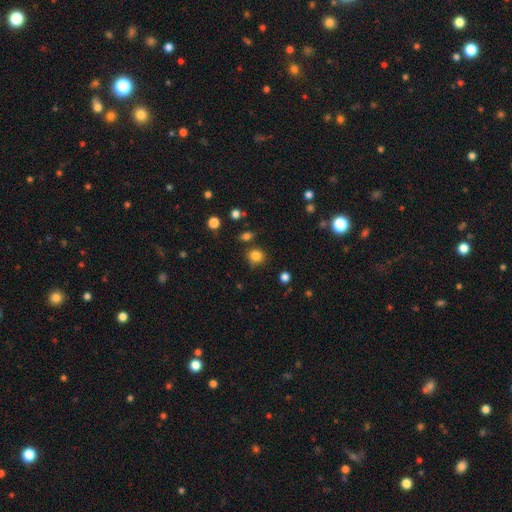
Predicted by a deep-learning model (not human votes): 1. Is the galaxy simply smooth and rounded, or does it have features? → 83% smooth, 12% star or artifact, 5% featured or disk.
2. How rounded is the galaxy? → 84% round, 15% in between, 1% cigar-shaped.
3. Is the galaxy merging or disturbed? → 78% none, 13% minor disturbance, 5% merger, 4% major disturbance.